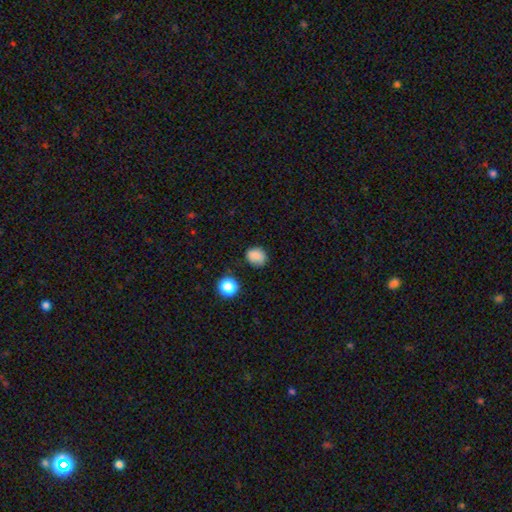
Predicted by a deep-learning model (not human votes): Overall: smooth (84%). How rounded: round (64%; in between 35%). Merging: none (78%).